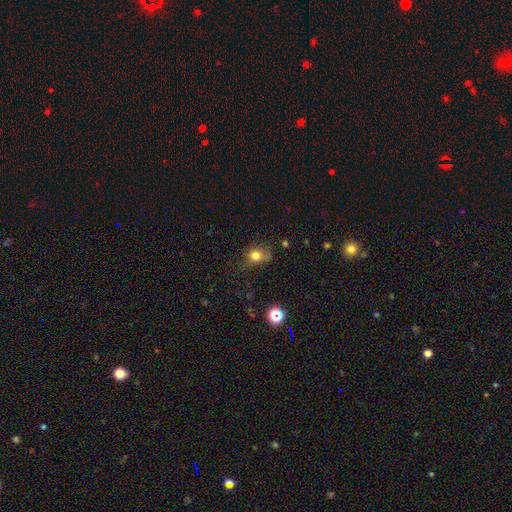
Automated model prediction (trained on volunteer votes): A smooth galaxy with no disk features (76%) that is round (60%). Merging: none (54%).